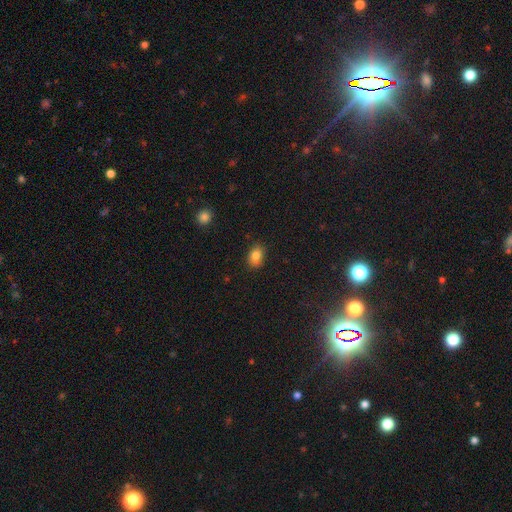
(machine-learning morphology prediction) A smooth galaxy with no disk features (84%) that is in between round and cigar-shaped (77%). Merging: none (83%).